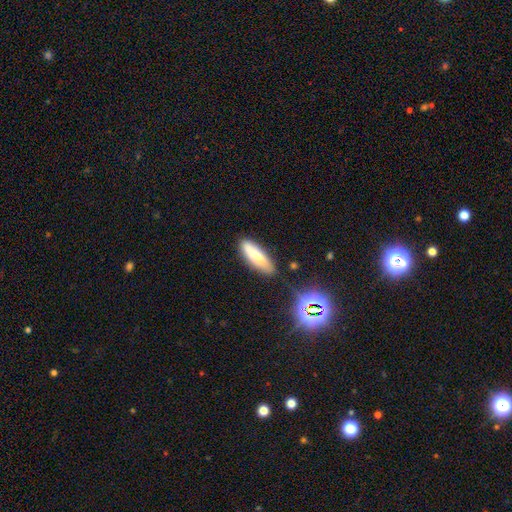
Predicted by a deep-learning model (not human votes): smooth 71%, featured or disk 21%, star or artifact 9%. Down the decision tree: how rounded — in between (51%); merging — none (78%).